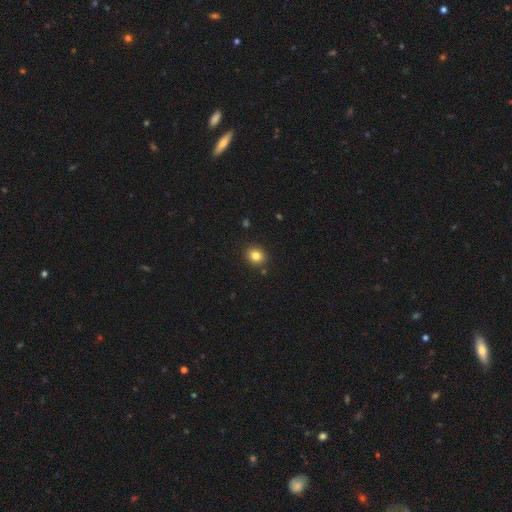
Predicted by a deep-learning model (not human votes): Smooth or featured: smooth — 82% (star or artifact — 12%)
How rounded: round — 74% (in between — 25%)
Merging: none — 89% (minor disturbance — 7%)